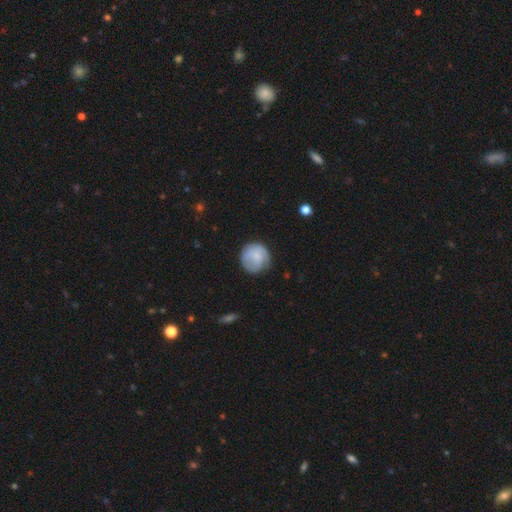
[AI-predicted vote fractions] smooth 69%, featured or disk 25%, star or artifact 7%. Down the decision tree: how rounded — round (91%); merging — none (69%).